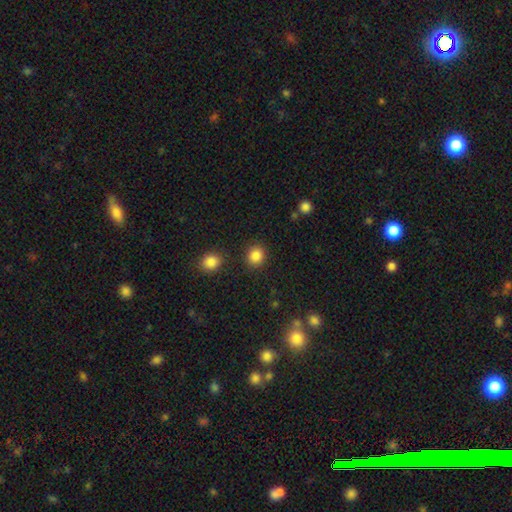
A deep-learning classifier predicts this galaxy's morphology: smooth 86%, star or artifact 10%, featured or disk 4%. Down the decision tree: how rounded — round (81%); merging — none (88%).